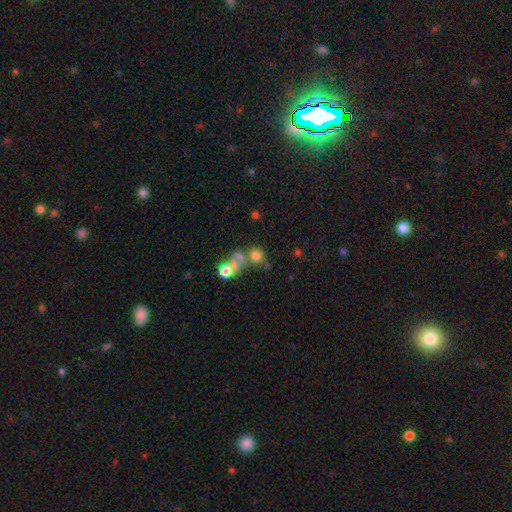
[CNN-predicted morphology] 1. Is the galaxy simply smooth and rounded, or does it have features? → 66% smooth, 18% star or artifact, 16% featured or disk.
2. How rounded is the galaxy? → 81% round, 18% in between, 1% cigar-shaped.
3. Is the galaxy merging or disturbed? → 41% none, 40% merger, 10% major disturbance, 9% minor disturbance.